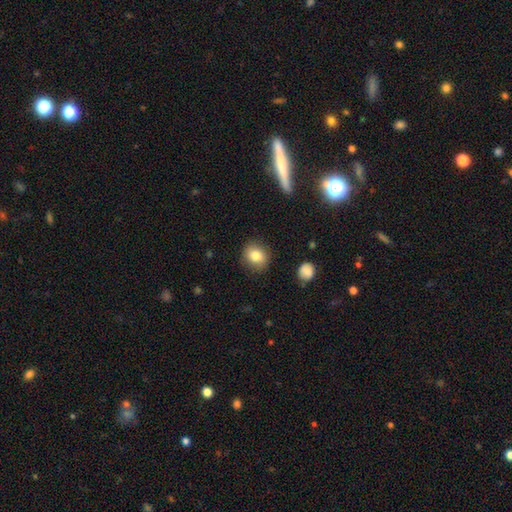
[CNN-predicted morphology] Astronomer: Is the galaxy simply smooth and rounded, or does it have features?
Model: smooth — 82%.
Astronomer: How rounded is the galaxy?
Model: round — 67%.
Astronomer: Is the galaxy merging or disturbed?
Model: none — 87%.